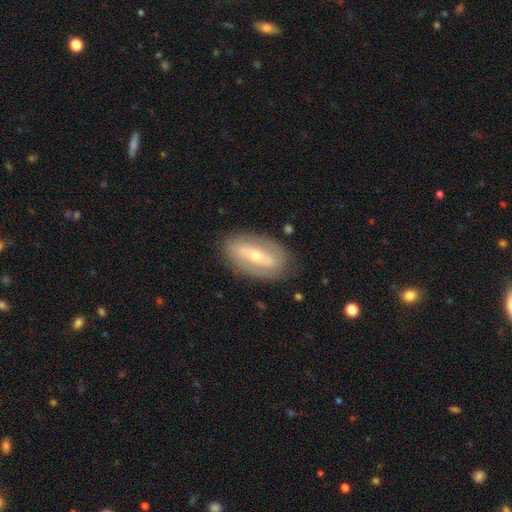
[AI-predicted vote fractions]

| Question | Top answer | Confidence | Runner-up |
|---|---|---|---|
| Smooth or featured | featured or disk | 70% | smooth (24%) |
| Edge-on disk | no | 87% | yes (13%) |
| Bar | strong | 50% | weak (28%) |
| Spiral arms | yes | 58% | no (42%) |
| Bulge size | small | 49% | moderate (47%) |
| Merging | none | 82% | minor disturbance (13%) |